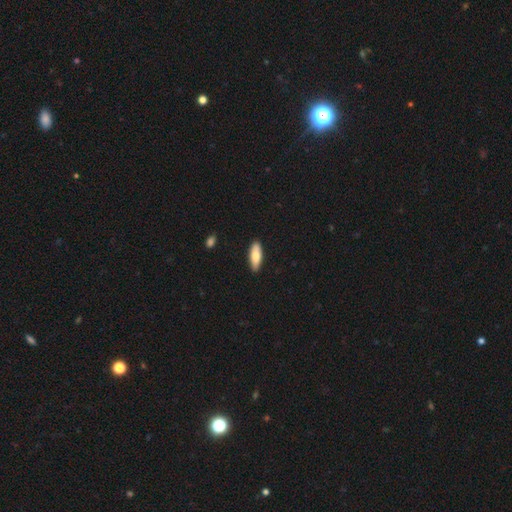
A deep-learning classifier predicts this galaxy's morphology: This appears to be a smooth galaxy with no disk features (76%) that is in between round and cigar-shaped (63%). Merging: none (89%).